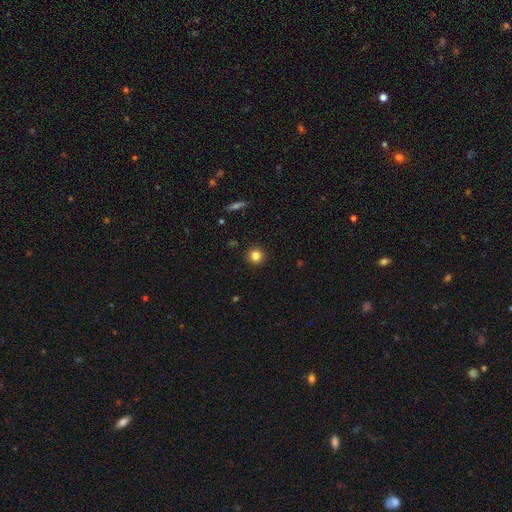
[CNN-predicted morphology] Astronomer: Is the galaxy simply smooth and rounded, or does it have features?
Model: smooth — 83%.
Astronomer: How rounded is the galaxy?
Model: round — 94%.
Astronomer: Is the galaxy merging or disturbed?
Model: none — 92%.